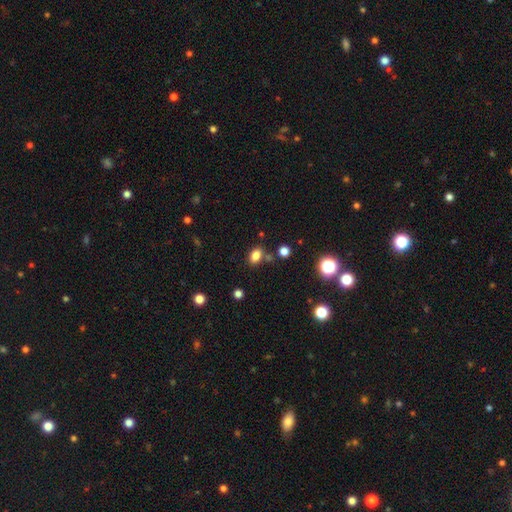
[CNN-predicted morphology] Smooth or featured? smooth (82%)
How rounded? in between (80%)
Merging? none (74%)